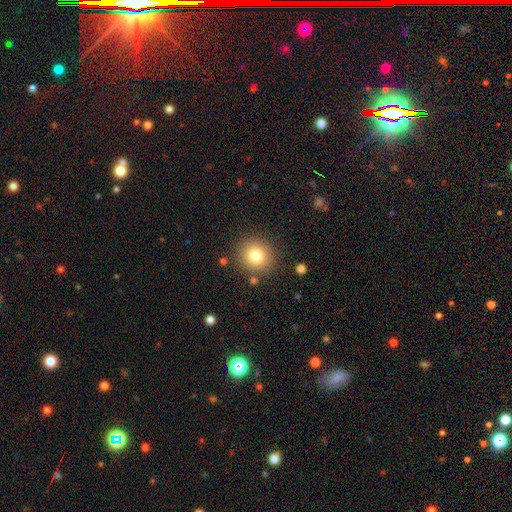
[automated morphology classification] A smooth galaxy with no disk features (79%) that is round (92%). Merging: none (87%).